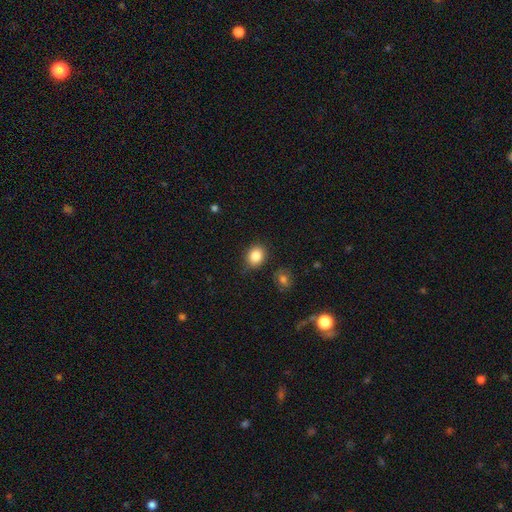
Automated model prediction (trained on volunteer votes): A smooth galaxy with no disk features (85%) that is round (59%).

Vote fractions:
- Smooth or featured? smooth: 85% / star or artifact: 10% / featured or disk: 6%
- How rounded? round: 59% / in between: 40% / cigar-shaped: 1%
- Merging? none: 80% / minor disturbance: 14% / major disturbance: 3% / merger: 3%